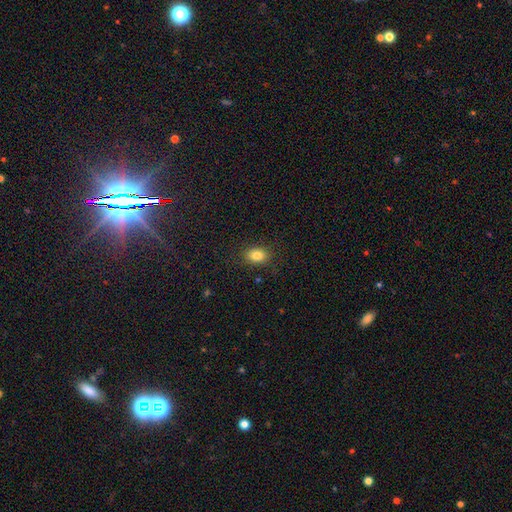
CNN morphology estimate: A smooth galaxy with no disk features (84%) that is in between round and cigar-shaped (75%).

Vote fractions:
- Smooth or featured? smooth: 84% / star or artifact: 10% / featured or disk: 6%
- How rounded? in between: 75% / round: 24% / cigar-shaped: 1%
- Merging? none: 86% / minor disturbance: 10% / major disturbance: 3% / merger: 1%